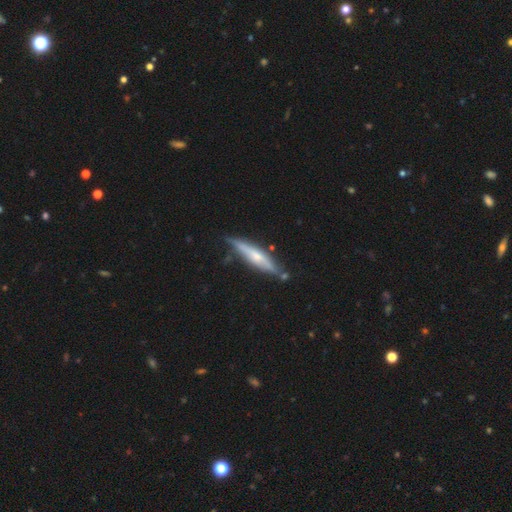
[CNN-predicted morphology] smooth-or-featured: featured or disk: 60% | smooth: 34% | star or artifact: 6%
  disk-edge-on: yes: 90% | no: 10%
    edge-on-bulge: rounded: 73% | none: 18% | boxy: 9%
  merging: none: 75% | minor disturbance: 17% | merger: 5% | major disturbance: 3%